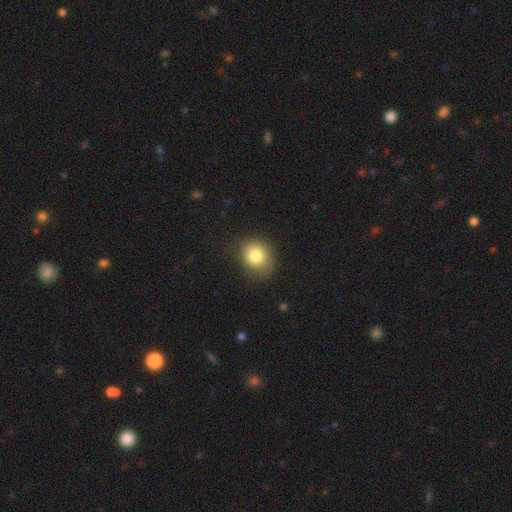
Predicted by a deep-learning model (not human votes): Smooth or featured? Predicted: smooth (p=0.81). How rounded? Predicted: round (p=0.74). Merging? Predicted: none (p=0.75).